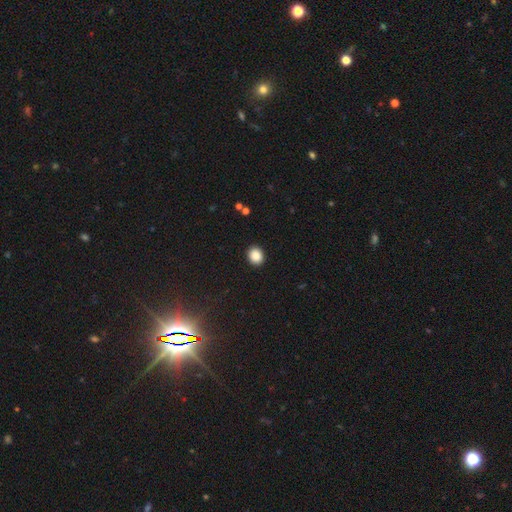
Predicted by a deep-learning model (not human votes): This is clearly a smooth galaxy (88%). How rounded: likely round (65%). Merging: clearly none (92%).